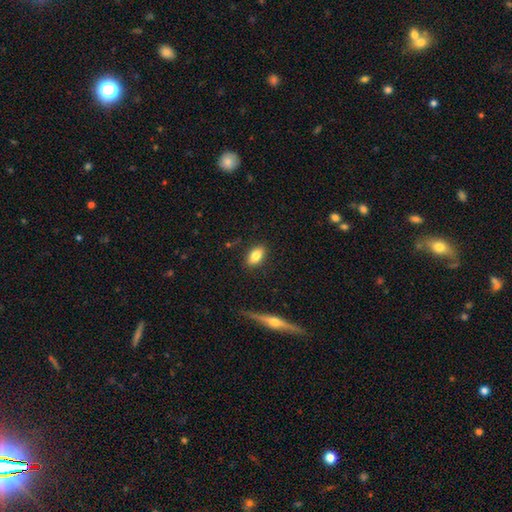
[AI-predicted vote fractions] smooth_or_featured: smooth (p=0.79) [alt: featured or disk p=0.13]
how_rounded: in between (p=0.88) [alt: round p=0.07]
merging: none (p=0.86) [alt: minor disturbance p=0.10]